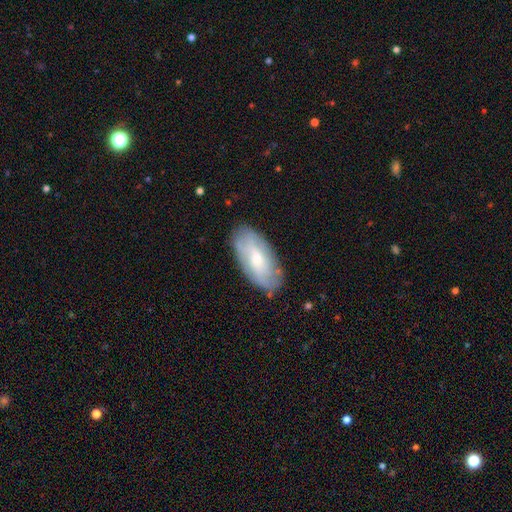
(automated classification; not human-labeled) smooth-or-featured: featured or disk: 48% | smooth: 43% | star or artifact: 9%
  merging: none: 81% | minor disturbance: 14% | major disturbance: 3% | merger: 1%